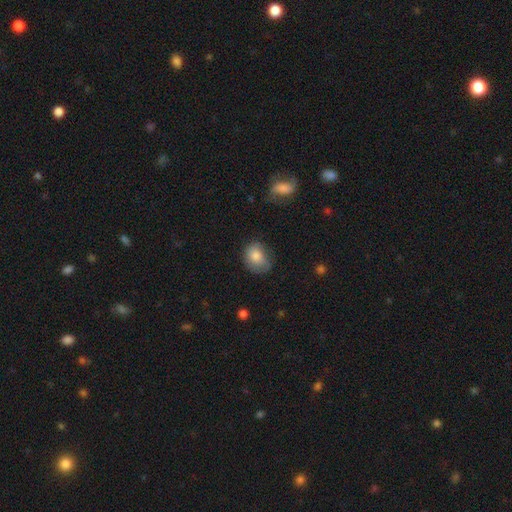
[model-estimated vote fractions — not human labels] Morphology: type=smooth (78%); roundness=in between (53%); merging=none (54%).